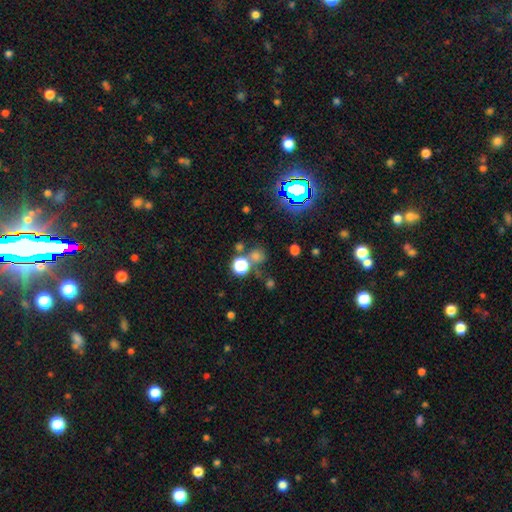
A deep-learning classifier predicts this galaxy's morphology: Q: Smooth or featured?
A: smooth (59%); runner-up: star or artifact (32%)
Q: How rounded?
A: round (85%); runner-up: in between (14%)
Q: Merging?
A: none (64%); runner-up: merger (20%)